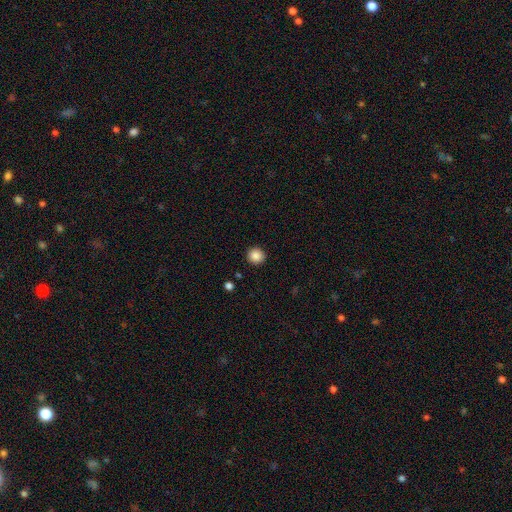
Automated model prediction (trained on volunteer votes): This is clearly a smooth galaxy (87%). How rounded: clearly round (94%). Merging: clearly none (92%).